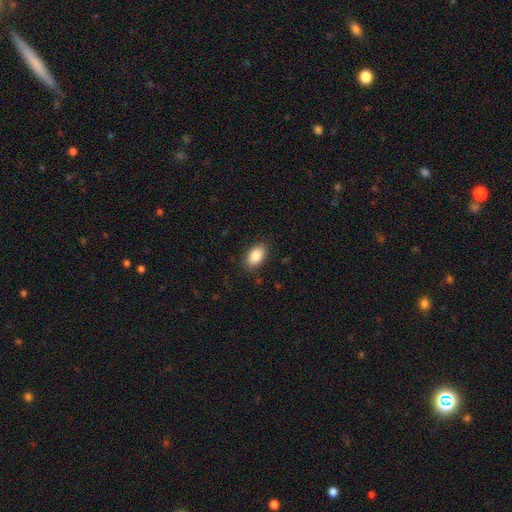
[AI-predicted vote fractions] A smooth galaxy with no disk features (88%) that is in between round and cigar-shaped (90%).

Vote fractions:
- Smooth or featured? smooth: 88% / star or artifact: 7% / featured or disk: 5%
- How rounded? in between: 90% / round: 8% / cigar-shaped: 1%
- Merging? none: 86% / minor disturbance: 10% / major disturbance: 3% / merger: 1%